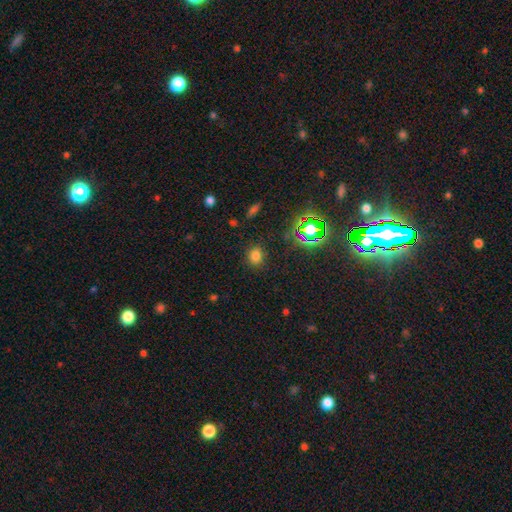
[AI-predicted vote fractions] smooth-or-featured: smooth: 71% | star or artifact: 22% | featured or disk: 7%
  how-rounded: round: 66% | in between: 33% | cigar-shaped: 1%
  merging: none: 86% | minor disturbance: 9% | major disturbance: 3% | merger: 2%